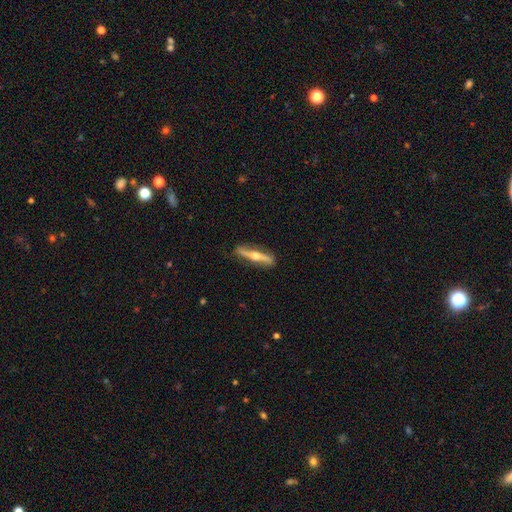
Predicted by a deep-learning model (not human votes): Smooth or featured: featured or disk — 70% (smooth — 24%)
Edge-on disk: yes — 86% (no — 14%)
Edge-on bulge: rounded — 93% (none — 5%)
Merging: none — 86% (minor disturbance — 10%)